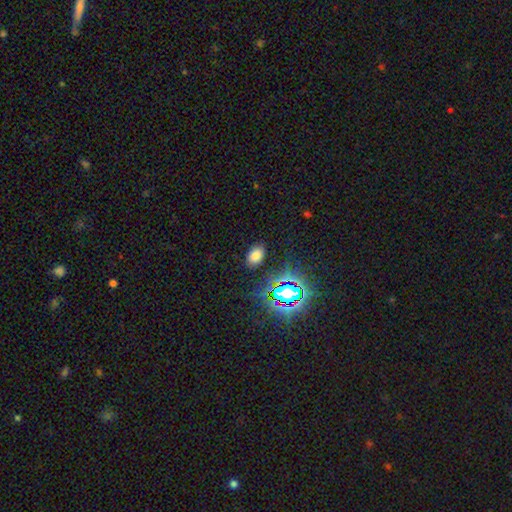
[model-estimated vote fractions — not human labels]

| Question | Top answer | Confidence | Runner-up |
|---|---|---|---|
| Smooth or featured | smooth | 71% | star or artifact (23%) |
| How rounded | in between | 87% | round (11%) |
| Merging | none | 85% | minor disturbance (10%) |